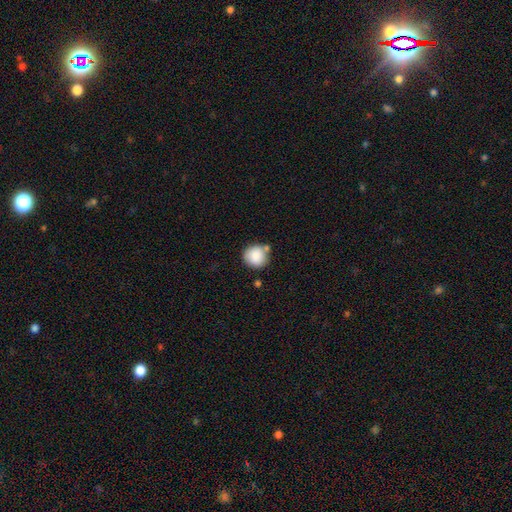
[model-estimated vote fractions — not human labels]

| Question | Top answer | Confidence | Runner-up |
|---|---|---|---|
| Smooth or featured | smooth | 85% | star or artifact (8%) |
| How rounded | round | 90% | in between (9%) |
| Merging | none | 69% | minor disturbance (15%) |